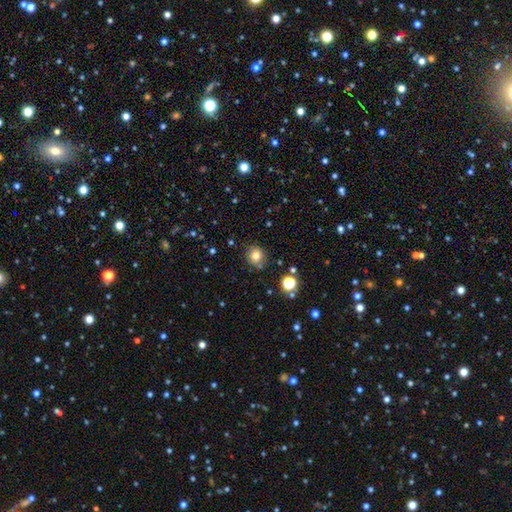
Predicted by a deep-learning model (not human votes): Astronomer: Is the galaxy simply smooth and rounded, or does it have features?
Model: smooth — 78%.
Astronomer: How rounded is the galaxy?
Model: round — 84%.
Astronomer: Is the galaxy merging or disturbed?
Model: none — 83%.